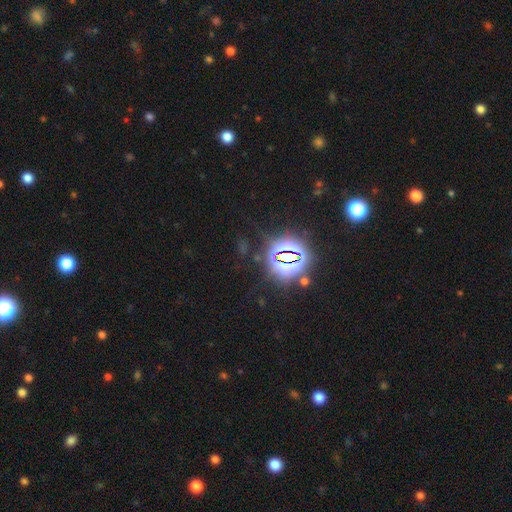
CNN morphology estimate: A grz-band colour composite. It shows a star or artifact, not a galaxy (82%).